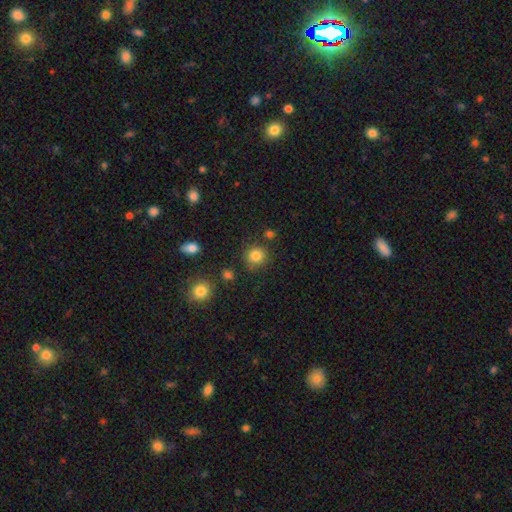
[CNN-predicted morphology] The model was most divided on "smooth or featured": smooth: 83%, star or artifact: 12%, featured or disk: 5%. More confident: how rounded — round (90%); merging — none (83%).